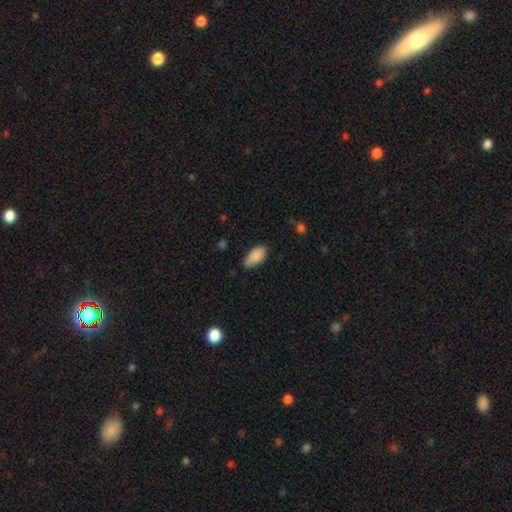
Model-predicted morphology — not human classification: Smooth or featured? Predicted: smooth (p=0.88). How rounded? Predicted: in between (p=0.93). Merging? Predicted: none (p=0.71).